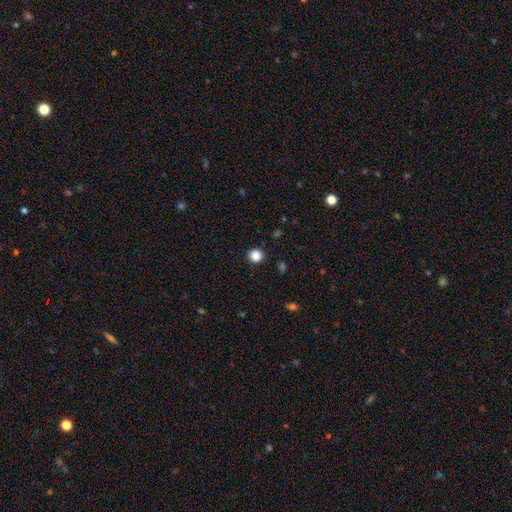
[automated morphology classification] A smooth galaxy with no disk features (87%) that is round (94%).

Vote fractions:
- Smooth or featured? smooth: 87% / star or artifact: 11% / featured or disk: 3%
- How rounded? round: 94% / in between: 5% / cigar-shaped: 1%
- Merging? none: 92% / minor disturbance: 5% / major disturbance: 2% / merger: 1%